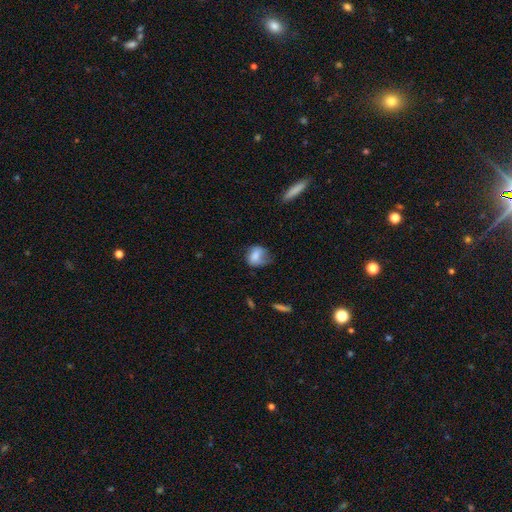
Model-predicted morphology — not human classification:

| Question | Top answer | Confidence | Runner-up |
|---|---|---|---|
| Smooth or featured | smooth | 70% | featured or disk (22%) |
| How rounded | in between | 54% | round (44%) |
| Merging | none | 41% | minor disturbance (35%) |